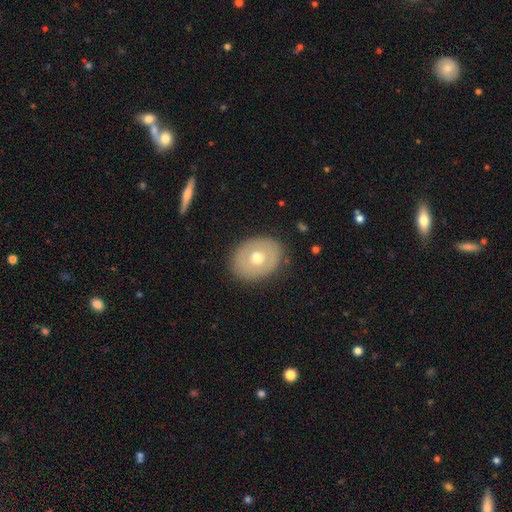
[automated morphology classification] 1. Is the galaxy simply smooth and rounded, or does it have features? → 55% smooth, 38% featured or disk, 7% star or artifact.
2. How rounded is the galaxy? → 53% in between, 46% round, 1% cigar-shaped.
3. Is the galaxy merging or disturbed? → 87% none, 9% minor disturbance, 3% major disturbance, 1% merger.